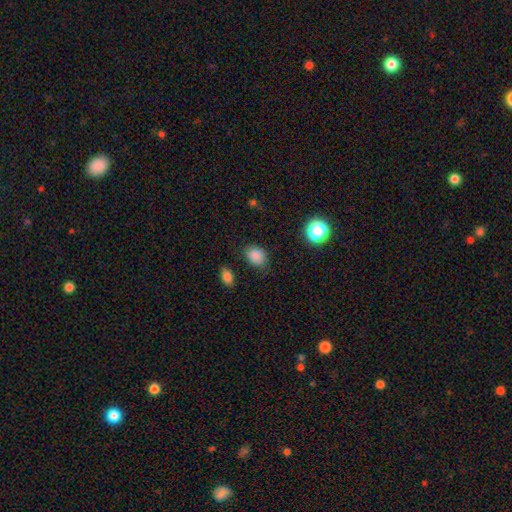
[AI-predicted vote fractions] Overall: smooth (85%). How rounded: in between (65%; round 34%). Merging: none (77%).